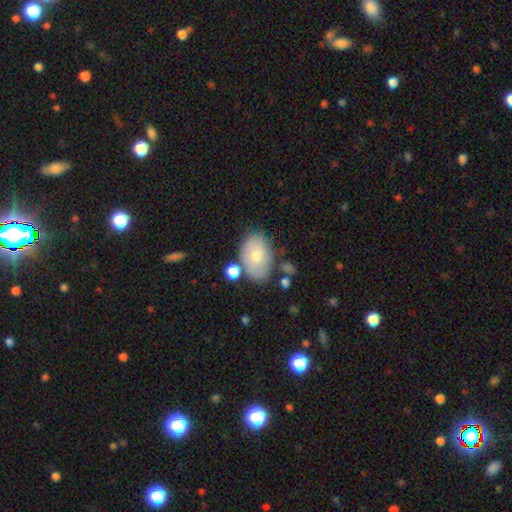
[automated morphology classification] smooth 69%, featured or disk 24%, star or artifact 7%. Down the decision tree: how rounded — in between (87%); merging — none (68%).